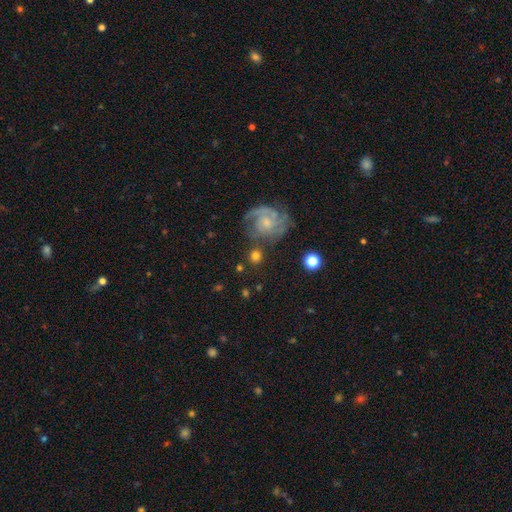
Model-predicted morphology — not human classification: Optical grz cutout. It shows a smooth galaxy with no disk features (54%) that is round (87%). Merging: none (75%).